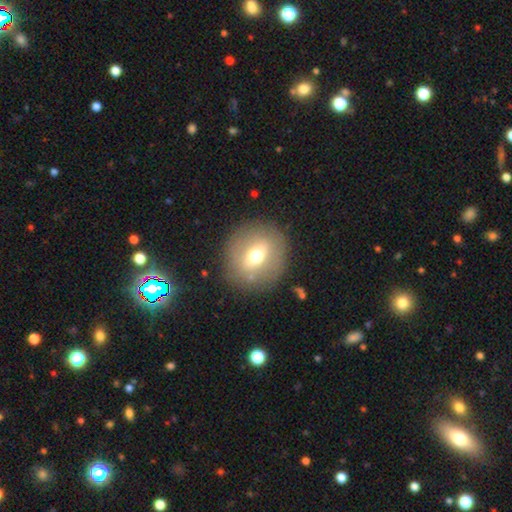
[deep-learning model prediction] The model was most divided on "smooth or featured": smooth: 53%, featured or disk: 37%, star or artifact: 10%. More confident: how rounded — round (86%); merging — none (85%).